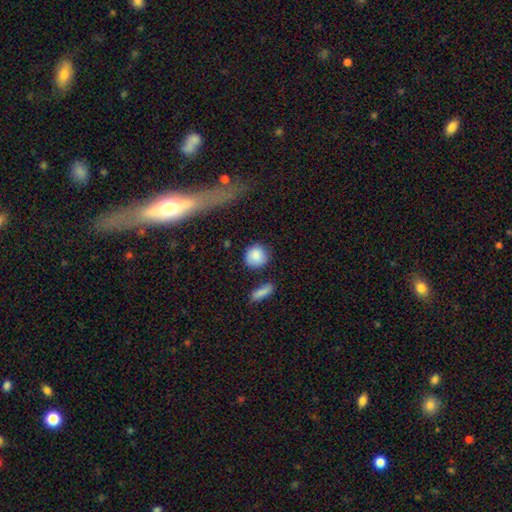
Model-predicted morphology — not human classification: Smooth or featured? Predicted: smooth (p=0.86). How rounded? Predicted: round (p=0.85). Merging? Predicted: none (p=0.74).